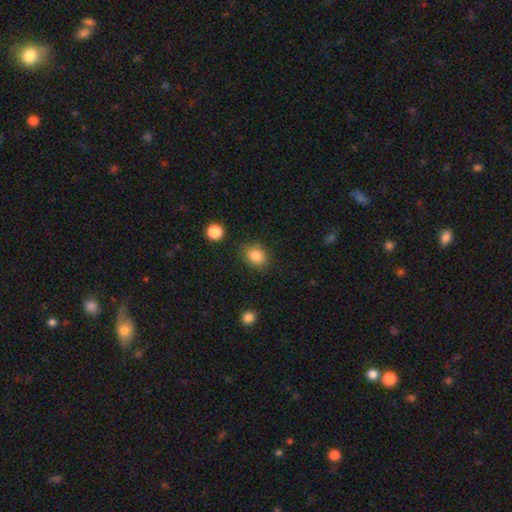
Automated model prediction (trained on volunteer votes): Smooth or featured? smooth (84%)
How rounded? round (54%)
Merging? none (81%)